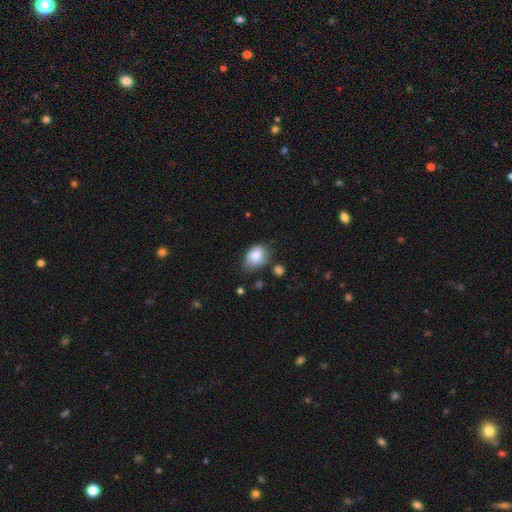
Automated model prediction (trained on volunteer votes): A smooth galaxy with no disk features (81%) that is in between round and cigar-shaped (76%). Merging: none (54%).